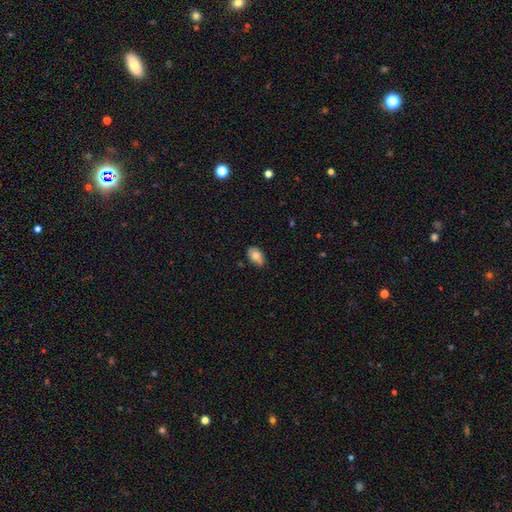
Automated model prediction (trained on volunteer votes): This appears to be a smooth galaxy with no disk features (78%) that is in between round and cigar-shaped (91%). Merging: none (78%).